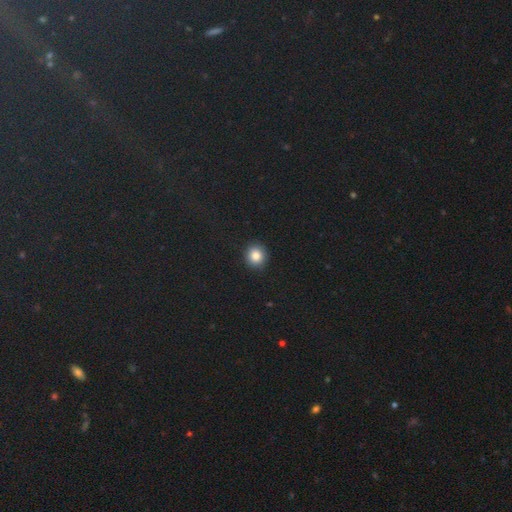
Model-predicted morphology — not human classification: A smooth galaxy with no disk features (84%) that is round (88%). Merging: none (92%).